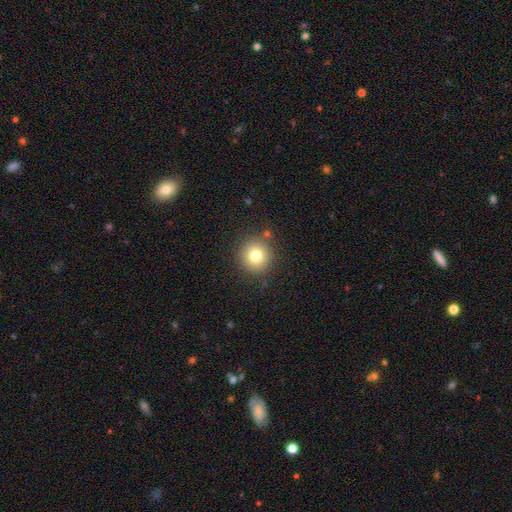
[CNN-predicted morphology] Smooth or featured? Predicted: smooth (p=0.78). How rounded? Predicted: round (p=0.93). Merging? Predicted: none (p=0.86).